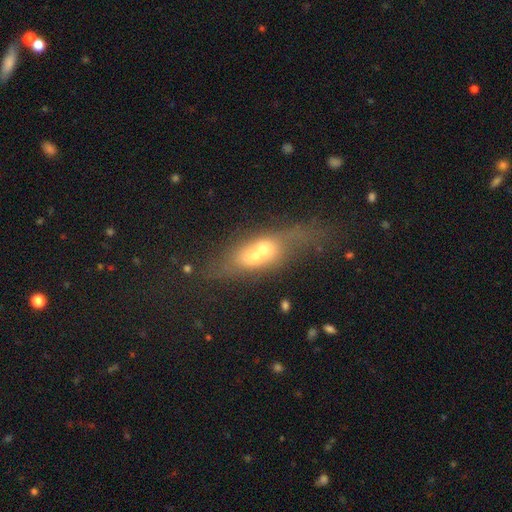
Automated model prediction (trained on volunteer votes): Overall: smooth (47%; featured or disk 42%). Merging: merger (62%).